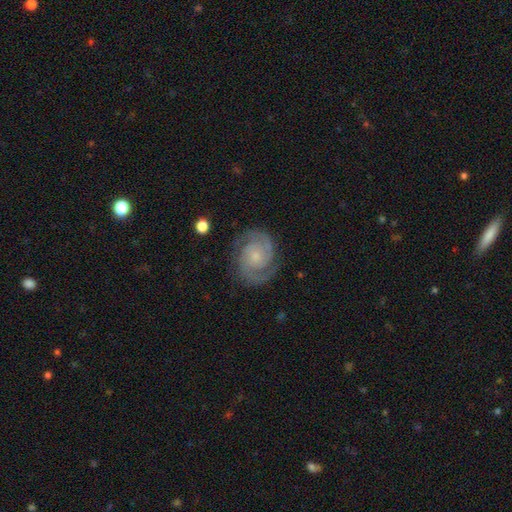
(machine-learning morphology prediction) Overall: featured or disk (90%). Edge-on disk: no (98%). Bar: no (71%). Spiral arms: yes (98%). Spiral arm count: 2 (89%). Spiral winding: tight (62%; medium 34%). Bulge size: small (64%). Merging: none (82%).